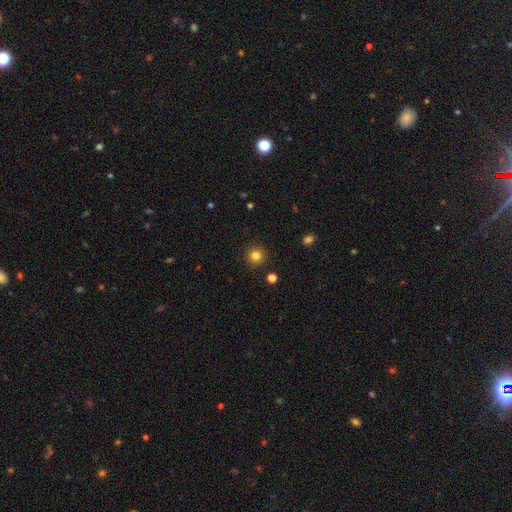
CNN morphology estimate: Smooth or featured: smooth — 82% (star or artifact — 13%)
How rounded: round — 95% (in between — 4%)
Merging: none — 92% (minor disturbance — 5%)